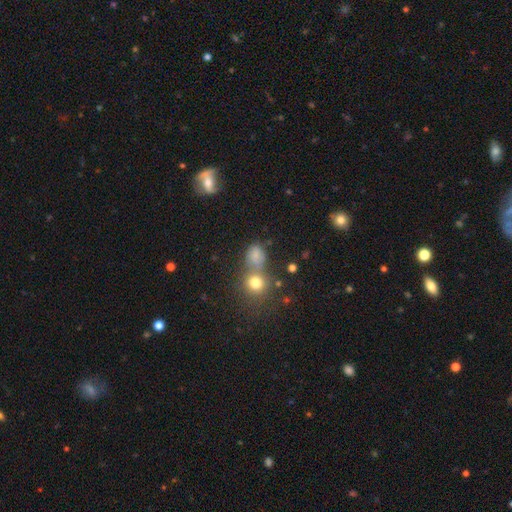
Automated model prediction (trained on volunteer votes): Smooth or featured? smooth (74%)
How rounded? round (55%)
Merging? none (45%)